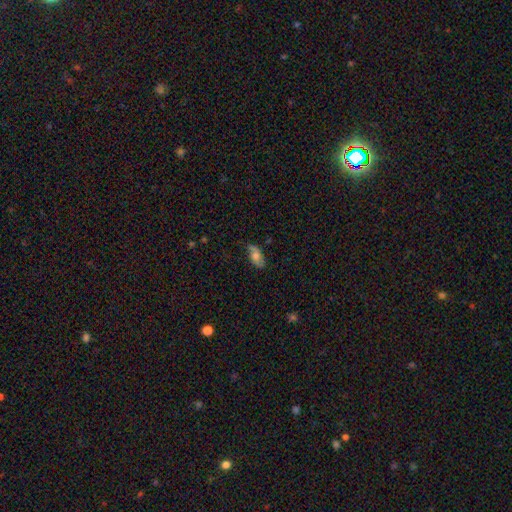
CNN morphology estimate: Smooth or featured? Predicted: smooth (p=0.55). How rounded? Predicted: in between (p=0.88). Merging? Predicted: none (p=0.68).